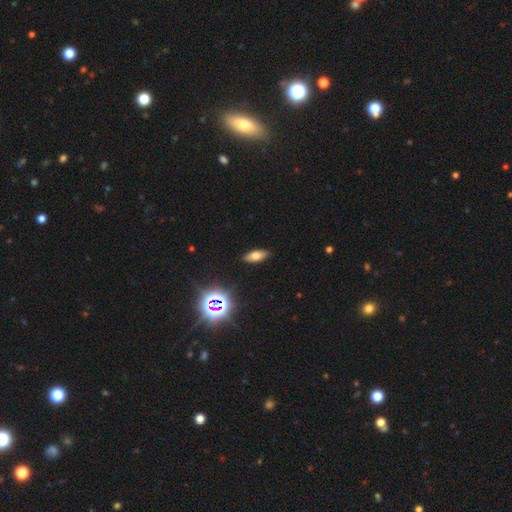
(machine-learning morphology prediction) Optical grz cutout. It shows a smooth galaxy with no disk features (66%) that is in between round and cigar-shaped (77%). Merging: none (89%).